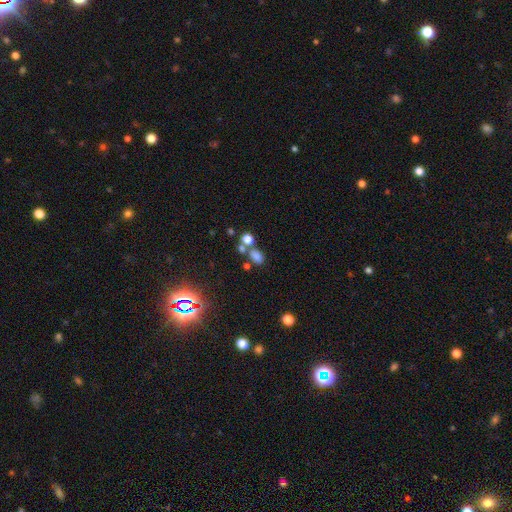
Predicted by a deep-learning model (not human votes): A smooth galaxy with no disk features (72%) that is in between round and cigar-shaped (74%). Merging: none (48%).